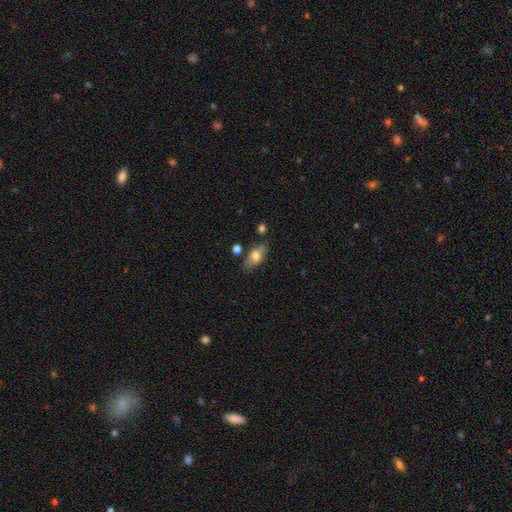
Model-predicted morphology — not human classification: Smooth or featured?
  - smooth: 66% *
  - featured or disk: 27%
  - star or artifact: 7%
How rounded?
  - in between: 83% *
  - cigar-shaped: 13%
  - round: 4%
Merging?
  - none: 74% *
  - minor disturbance: 16%
  - merger: 6%
  - major disturbance: 4%